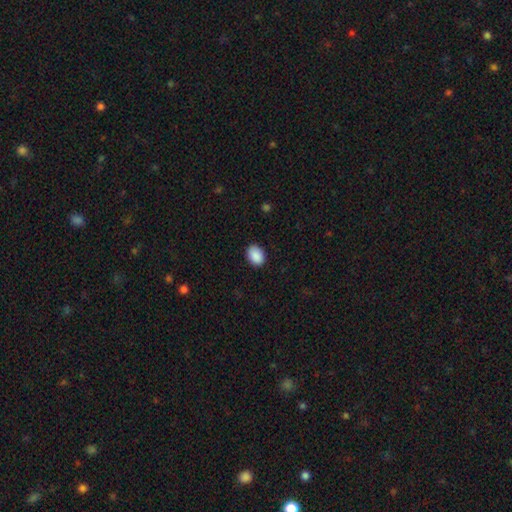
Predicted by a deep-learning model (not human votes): This appears to be a smooth galaxy with no disk features (90%) that is in between round and cigar-shaped (75%). Merging: none (88%).